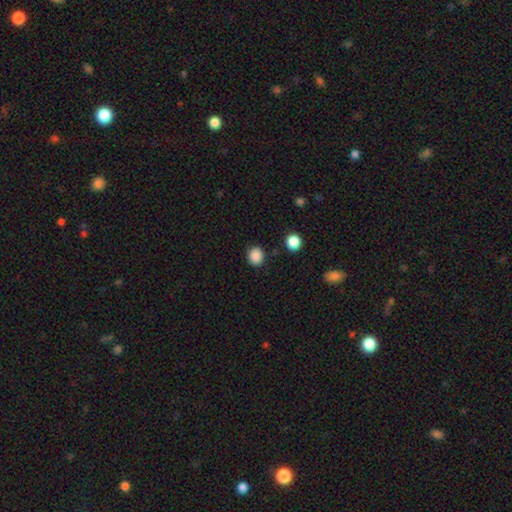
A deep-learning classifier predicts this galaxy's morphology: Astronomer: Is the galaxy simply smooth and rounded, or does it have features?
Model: smooth — 87%.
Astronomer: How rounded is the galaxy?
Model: round — 75%.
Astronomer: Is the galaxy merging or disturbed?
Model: none — 87%.